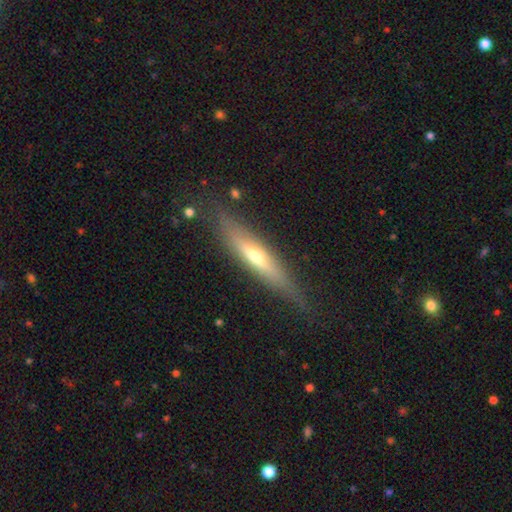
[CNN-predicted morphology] This appears to be a featured or disk galaxy (60%) viewed edge-on (88%) with a rounded central bulge (82%). Merging: none (79%).